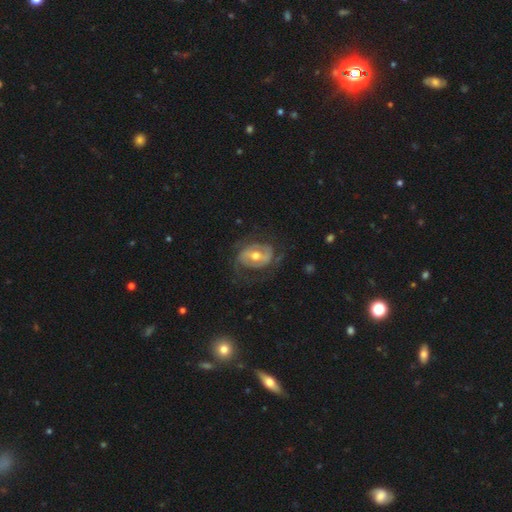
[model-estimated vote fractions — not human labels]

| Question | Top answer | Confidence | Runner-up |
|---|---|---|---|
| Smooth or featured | featured or disk | 77% | smooth (17%) |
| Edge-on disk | no | 96% | yes (4%) |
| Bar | weak | 39% | strong (32%) |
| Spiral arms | yes | 76% | no (24%) |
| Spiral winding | medium | 40% | tight (36%) |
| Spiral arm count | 2 | 66% | can't tell (19%) |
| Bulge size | moderate | 75% | small (16%) |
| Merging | none | 64% | minor disturbance (18%) |